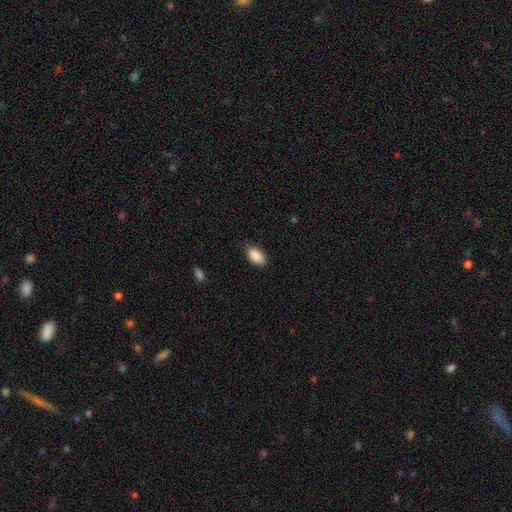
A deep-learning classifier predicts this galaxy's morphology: Q: Smooth or featured?
A: smooth (89%); runner-up: star or artifact (7%)
Q: How rounded?
A: in between (93%); runner-up: round (4%)
Q: Merging?
A: none (77%); runner-up: minor disturbance (18%)